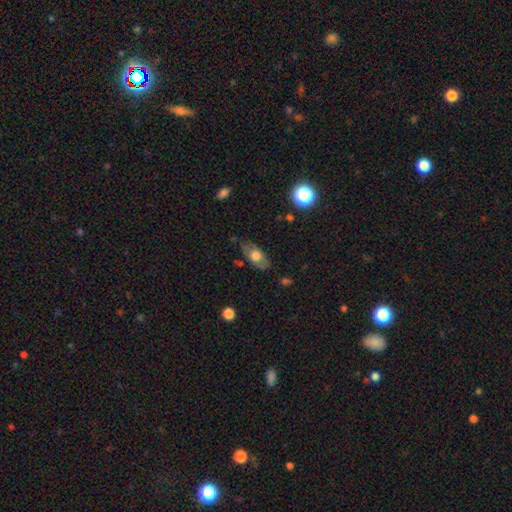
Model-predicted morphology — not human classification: Smooth or featured? smooth (56%)
How rounded? in between (85%)
Merging? none (73%)